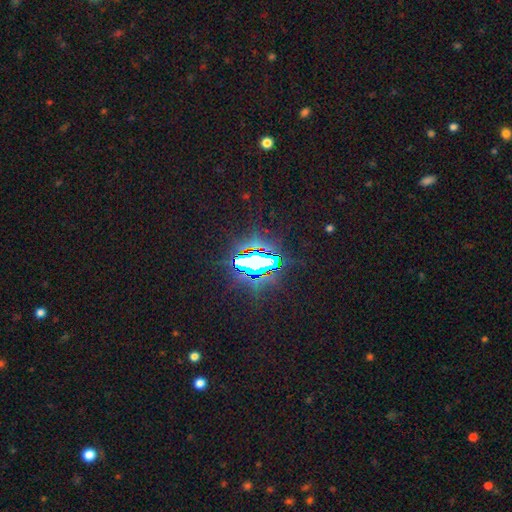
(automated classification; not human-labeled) A star or artifact, not a galaxy (77%).